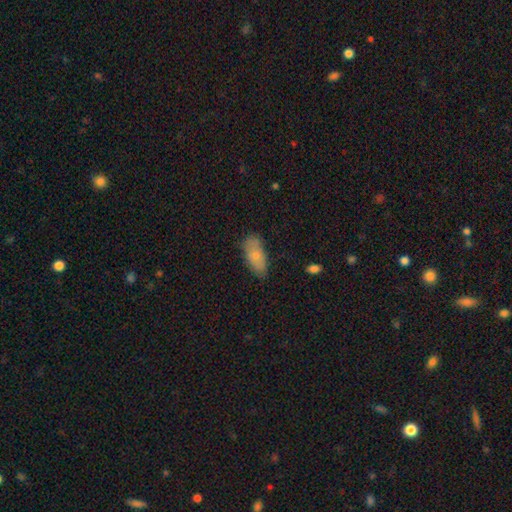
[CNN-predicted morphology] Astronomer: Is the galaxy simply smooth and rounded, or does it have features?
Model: smooth — 75%.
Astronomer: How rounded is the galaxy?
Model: in between — 87%.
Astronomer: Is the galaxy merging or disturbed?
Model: none — 73%.